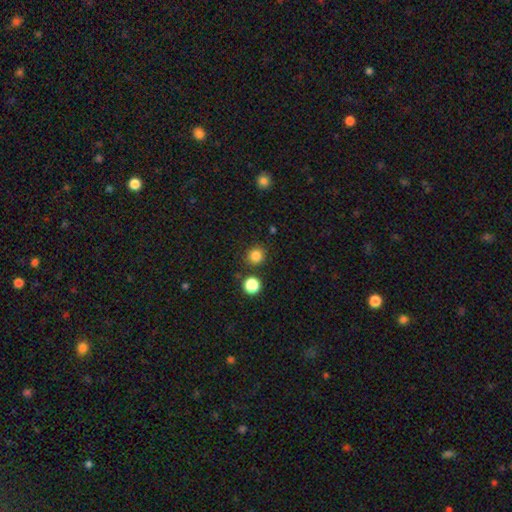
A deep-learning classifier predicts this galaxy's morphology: A smooth galaxy with no disk features (83%) that is round (88%). Merging: none (85%).